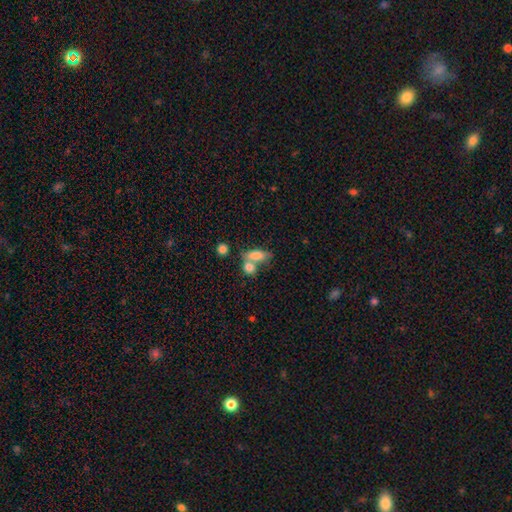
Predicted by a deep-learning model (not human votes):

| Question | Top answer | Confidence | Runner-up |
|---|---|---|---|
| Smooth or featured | smooth | 77% | featured or disk (14%) |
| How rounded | in between | 76% | cigar-shaped (15%) |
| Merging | merger | 46% | none (38%) |